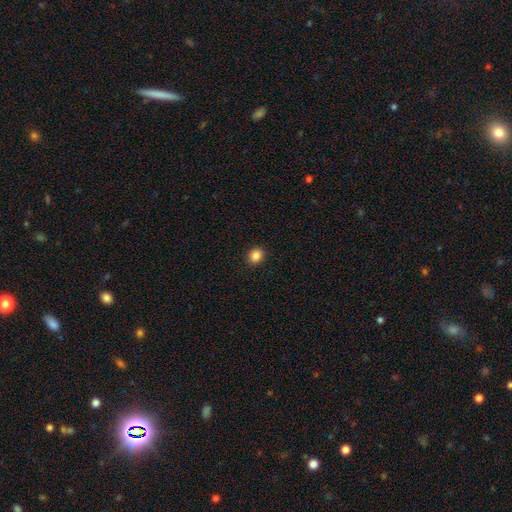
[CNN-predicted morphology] Smooth or featured: smooth — 86% (star or artifact — 11%)
How rounded: round — 73% (in between — 26%)
Merging: none — 92% (minor disturbance — 6%)